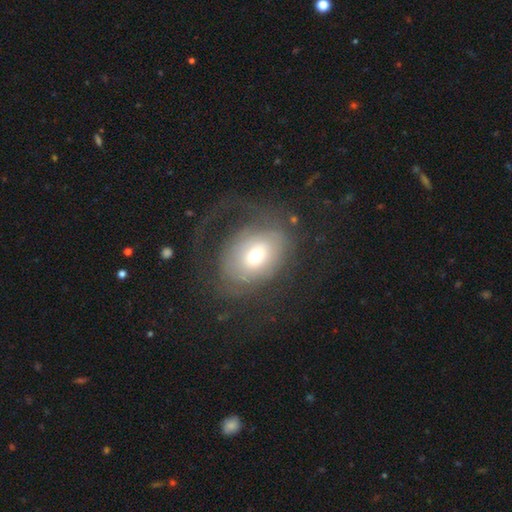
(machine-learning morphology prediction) Overall: featured or disk (49%; smooth 42%). Merging: major disturbance (42%; none 41%).